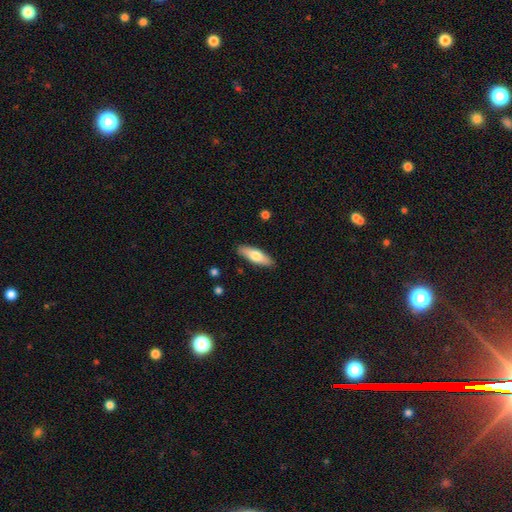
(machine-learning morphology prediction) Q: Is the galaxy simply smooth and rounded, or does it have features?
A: smooth — 71%.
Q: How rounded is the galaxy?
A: in between — 55%.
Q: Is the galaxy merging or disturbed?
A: none — 88%.